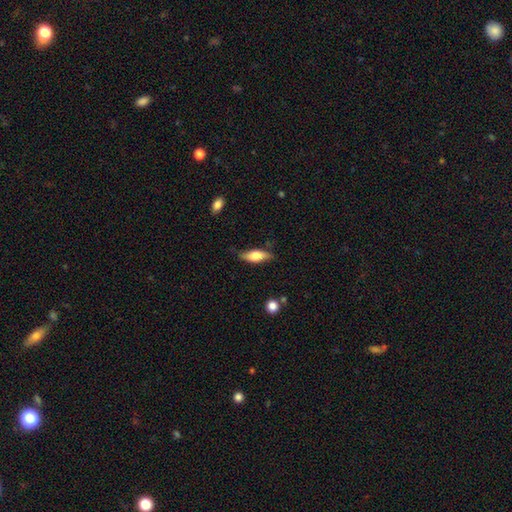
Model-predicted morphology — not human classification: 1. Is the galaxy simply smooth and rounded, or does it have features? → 64% smooth, 30% featured or disk, 6% star or artifact.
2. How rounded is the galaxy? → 67% in between, 31% cigar-shaped, 3% round.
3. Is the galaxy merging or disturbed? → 74% none, 20% minor disturbance, 4% major disturbance, 2% merger.